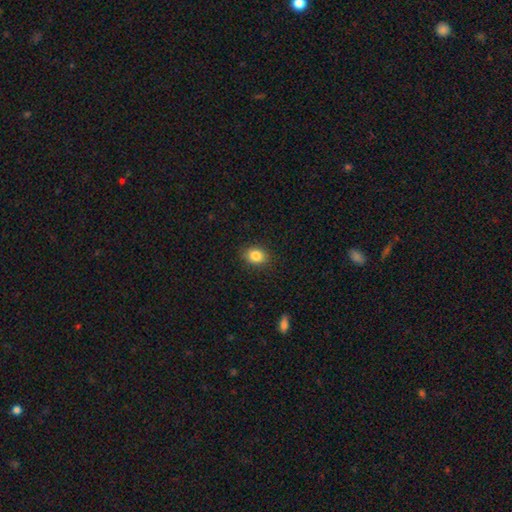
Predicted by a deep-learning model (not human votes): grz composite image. It shows a smooth galaxy with no disk features (84%) that is in between round and cigar-shaped (60%). Merging: none (89%).